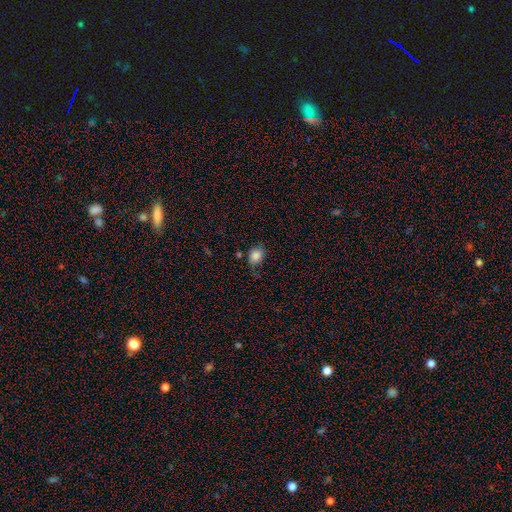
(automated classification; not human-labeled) A smooth galaxy with no disk features (84%) that is in between round and cigar-shaped (58%). Merging: none (62%).